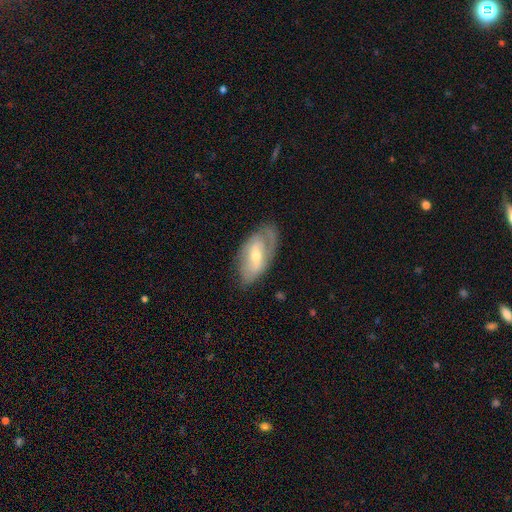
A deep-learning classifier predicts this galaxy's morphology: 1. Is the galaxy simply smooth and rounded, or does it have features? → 62% featured or disk, 32% smooth, 6% star or artifact.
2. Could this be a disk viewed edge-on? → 90% no, 10% yes.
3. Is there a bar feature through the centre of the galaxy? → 42% weak, 29% no, 29% strong.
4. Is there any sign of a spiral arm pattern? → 66% yes, 34% no.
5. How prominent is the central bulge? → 51% moderate, 45% small, 3% large, 1% none, 1% dominant.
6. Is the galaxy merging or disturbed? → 68% none, 22% minor disturbance, 9% major disturbance, 1% merger.